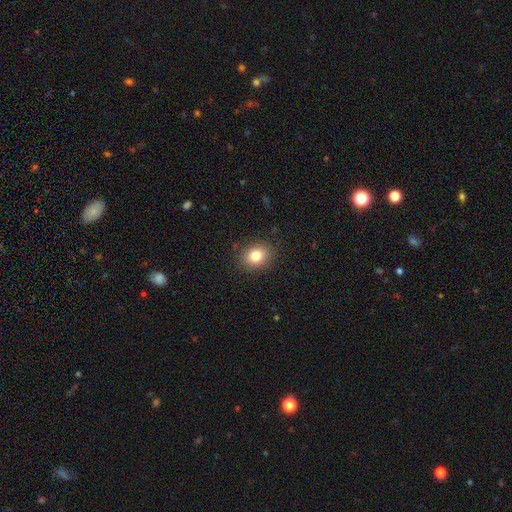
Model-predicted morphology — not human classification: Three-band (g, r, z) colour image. It shows a smooth galaxy with no disk features (81%) that is round (57%). Merging: none (88%).